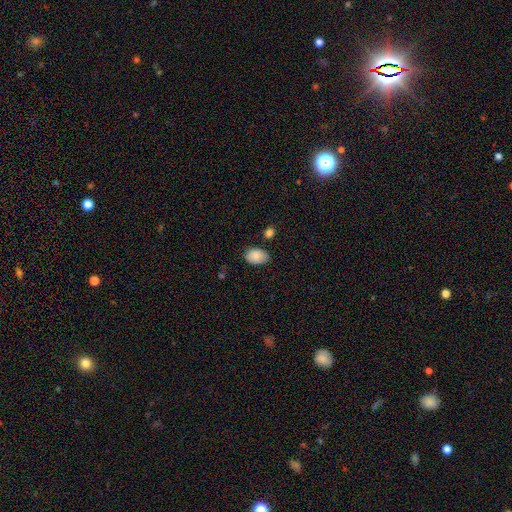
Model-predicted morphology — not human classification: Overall: smooth (85%). How rounded: in between (85%). Merging: none (74%).